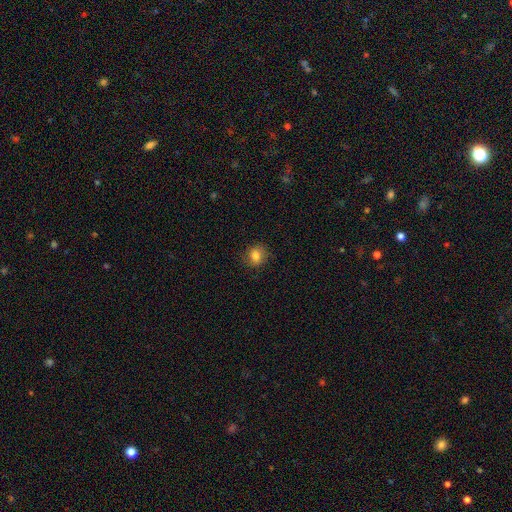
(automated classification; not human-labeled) smooth-or-featured: smooth: 81% | star or artifact: 11% | featured or disk: 8%
  how-rounded: round: 73% | in between: 26% | cigar-shaped: 1%
  merging: none: 85% | minor disturbance: 11% | major disturbance: 3% | merger: 1%